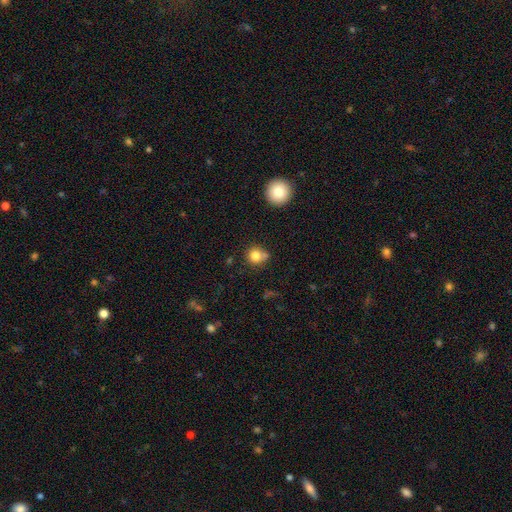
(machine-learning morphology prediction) Smooth or featured: smooth — 80% (star or artifact — 11%)
How rounded: round — 88% (in between — 11%)
Merging: none — 64% (merger — 18%)